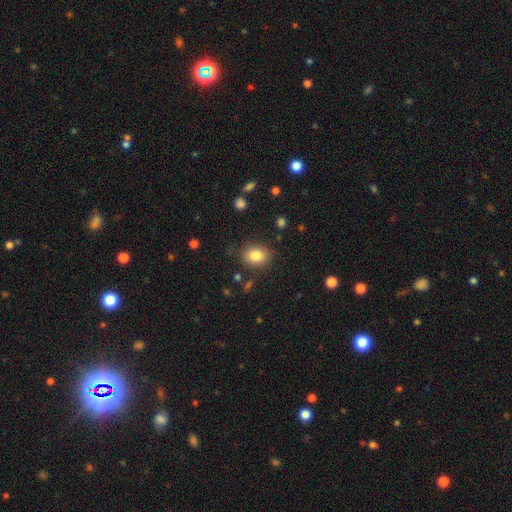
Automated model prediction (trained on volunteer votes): Morphology: type=smooth (83%); roundness=in between (55%); merging=none (83%).